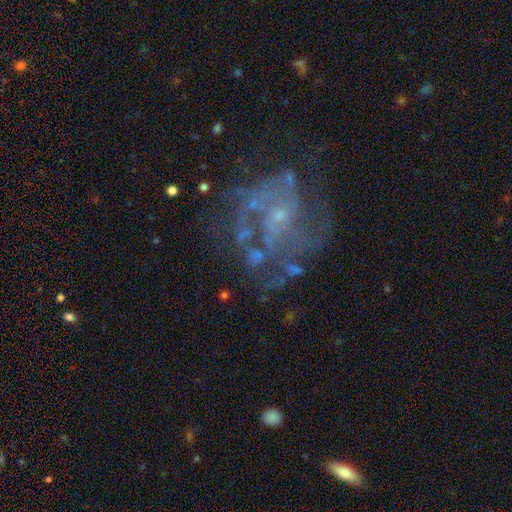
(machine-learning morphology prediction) This is likely a featured or disk galaxy (80%). It is clearly not viewed edge-on (98%). Bar: likely no (67%). Spiral arm pattern: clearly yes (83%). Spiral arm count: marginally can't tell (31%). Spiral winding: possibly medium (46%). Central bulge: likely small (67%). Merging: possibly none (50%).